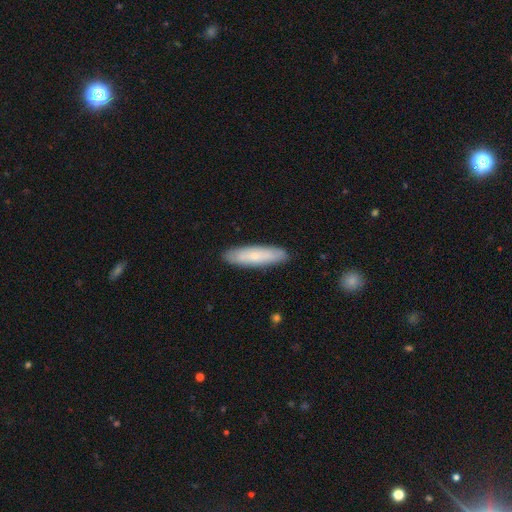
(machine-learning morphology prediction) Q: Smooth or featured?
A: smooth (67%); runner-up: featured or disk (27%)
Q: How rounded?
A: cigar-shaped (70%); runner-up: in between (28%)
Q: Merging?
A: none (88%); runner-up: minor disturbance (9%)